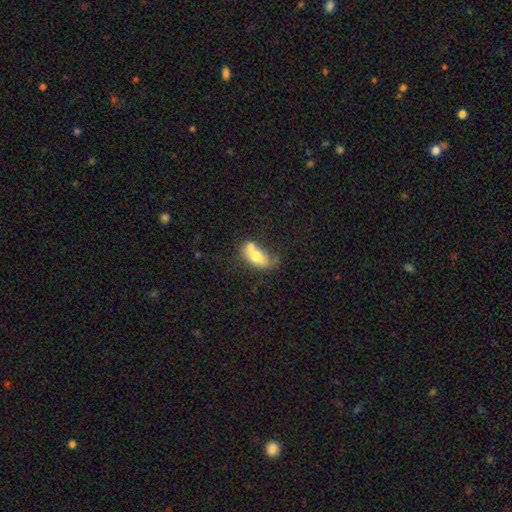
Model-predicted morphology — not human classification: Q: Smooth or featured?
A: smooth (67%); runner-up: featured or disk (24%)
Q: How rounded?
A: in between (85%); runner-up: round (8%)
Q: Merging?
A: merger (42%); runner-up: none (34%)